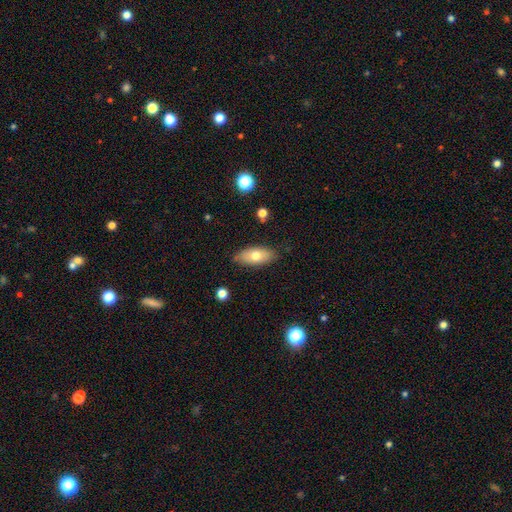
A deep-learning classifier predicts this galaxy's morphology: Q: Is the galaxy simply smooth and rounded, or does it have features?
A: smooth — 70%.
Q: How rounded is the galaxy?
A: in between — 86%.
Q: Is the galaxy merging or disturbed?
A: none — 84%.